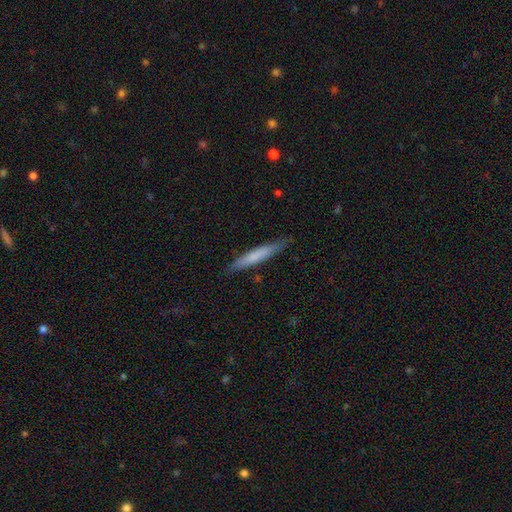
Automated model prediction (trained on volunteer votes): A smooth galaxy with no disk features (68%) that is cigar-shaped (94%). Merging: none (86%).